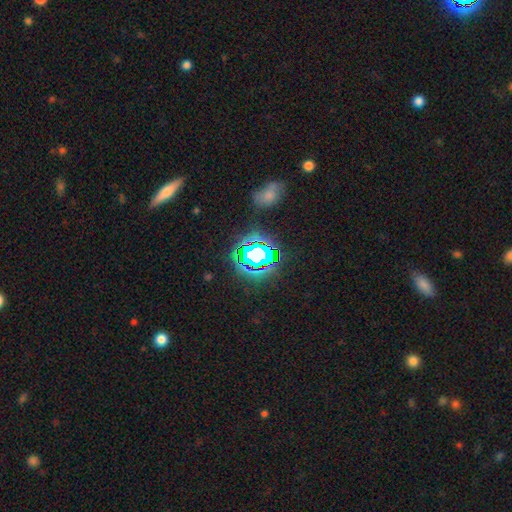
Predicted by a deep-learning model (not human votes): This appears to be a star or artifact, not a galaxy (68%).